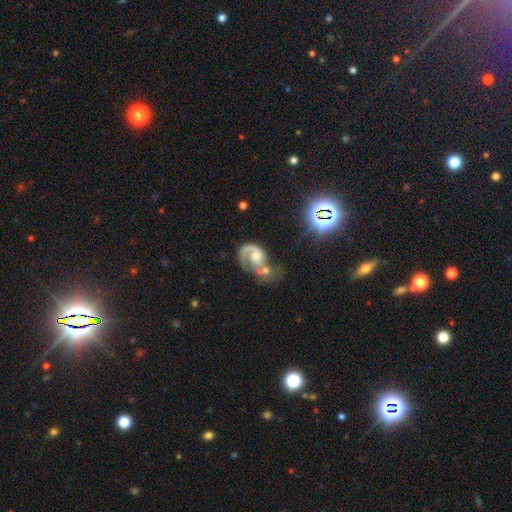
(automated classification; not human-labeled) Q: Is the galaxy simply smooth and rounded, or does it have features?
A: featured or disk — 81%.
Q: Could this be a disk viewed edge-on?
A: no — 98%.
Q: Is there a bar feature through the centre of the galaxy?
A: no — 68%.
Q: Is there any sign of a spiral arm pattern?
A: yes — 93%.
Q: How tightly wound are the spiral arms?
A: medium — 45%.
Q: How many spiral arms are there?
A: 1 — 57%.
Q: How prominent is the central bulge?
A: moderate — 49%.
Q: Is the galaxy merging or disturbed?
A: merger — 39%.